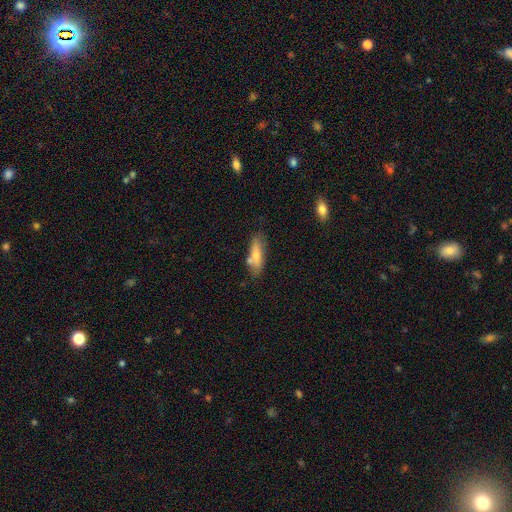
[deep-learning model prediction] This appears to be a smooth galaxy with no disk features (70%) that is cigar-shaped (54%). Merging: none (66%).